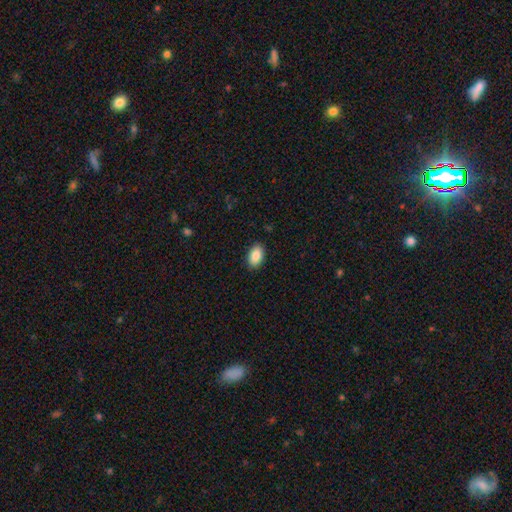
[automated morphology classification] Smooth or featured: smooth — 89% (star or artifact — 7%)
How rounded: in between — 92% (round — 7%)
Merging: none — 89% (minor disturbance — 8%)